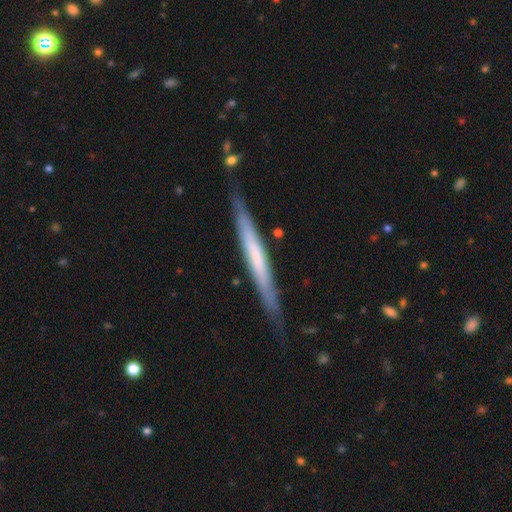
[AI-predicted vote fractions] The model was most divided on "smooth or featured": featured or disk: 52%, smooth: 43%, star or artifact: 5%. More confident: edge-on disk — yes (94%); merging — none (81%).